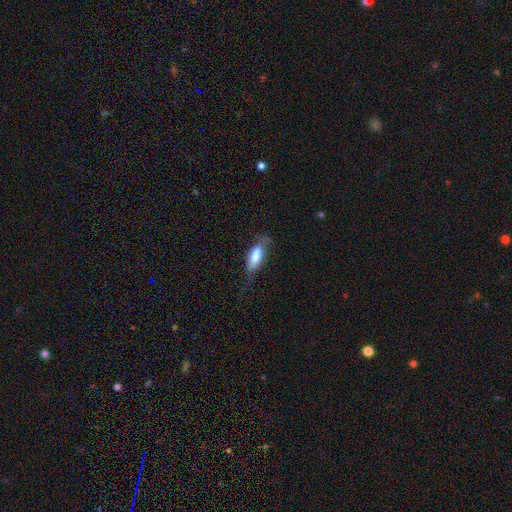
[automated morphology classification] This appears to be a smooth galaxy with no disk features (73%) that is in between round and cigar-shaped (72%). Merging: none (41%).